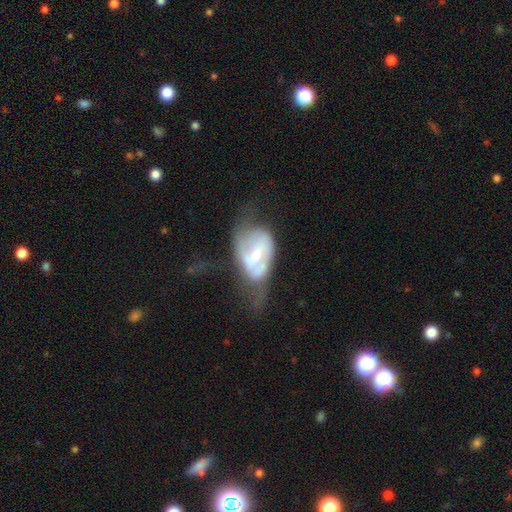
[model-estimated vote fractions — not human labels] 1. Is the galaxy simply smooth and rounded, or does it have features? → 68% featured or disk, 26% smooth, 7% star or artifact.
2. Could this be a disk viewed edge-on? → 94% no, 6% yes.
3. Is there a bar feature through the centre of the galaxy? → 41% weak, 32% no, 27% strong.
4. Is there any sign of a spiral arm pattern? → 57% yes, 43% no.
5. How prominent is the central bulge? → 46% small, 45% moderate, 4% large, 3% none, 1% dominant.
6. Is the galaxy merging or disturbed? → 40% major disturbance, 28% none, 24% minor disturbance, 8% merger.